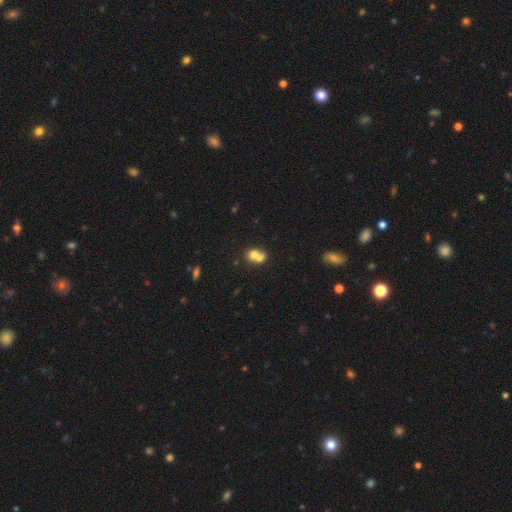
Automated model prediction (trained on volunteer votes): smooth-or-featured: smooth: 69% | featured or disk: 20% | star or artifact: 11%
  how-rounded: round: 61% | in between: 38% | cigar-shaped: 1%
  merging: merger: 67% | none: 23% | minor disturbance: 6% | major disturbance: 3%